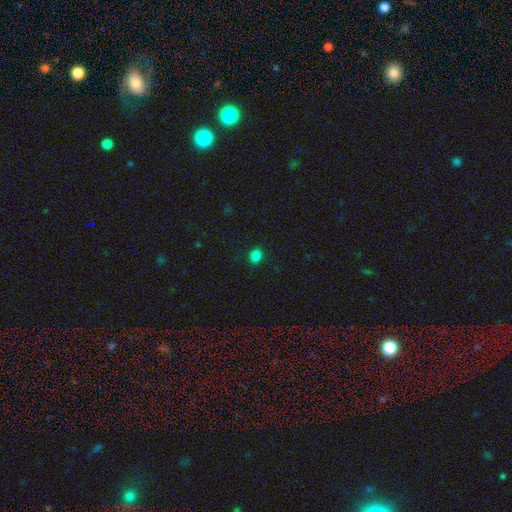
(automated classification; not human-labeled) Smooth or featured? Predicted: smooth (p=0.83). How rounded? Predicted: in between (p=0.52). Merging? Predicted: none (p=0.89).